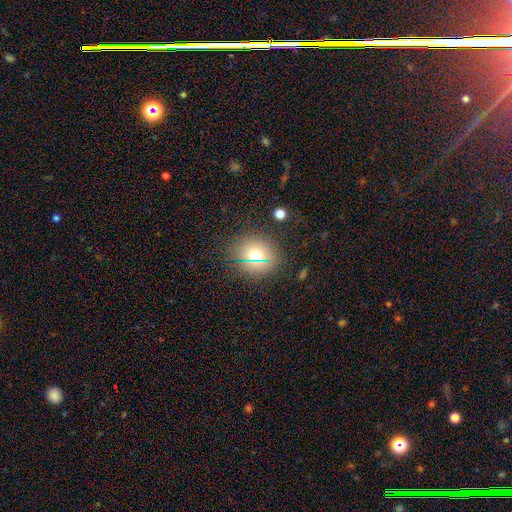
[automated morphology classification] A smooth galaxy with no disk features (65%) that is round (82%).

Vote fractions:
- Smooth or featured? smooth: 65% / star or artifact: 20% / featured or disk: 15%
- How rounded? round: 82% / in between: 17% / cigar-shaped: 1%
- Merging? none: 84% / minor disturbance: 9% / major disturbance: 4% / merger: 2%